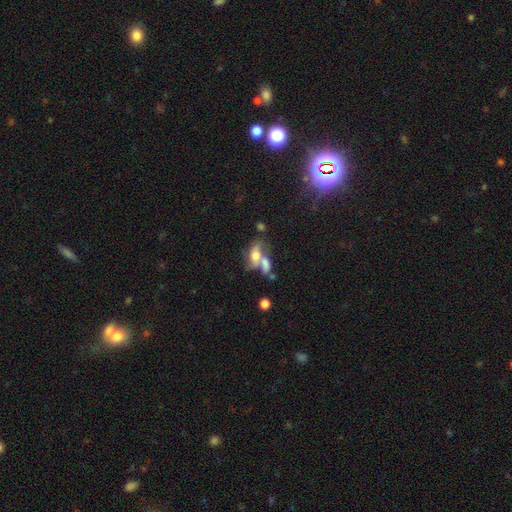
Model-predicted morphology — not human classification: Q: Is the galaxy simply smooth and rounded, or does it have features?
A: smooth — 55%.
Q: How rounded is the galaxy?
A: in between — 76%.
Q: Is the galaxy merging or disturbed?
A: merger — 51%.